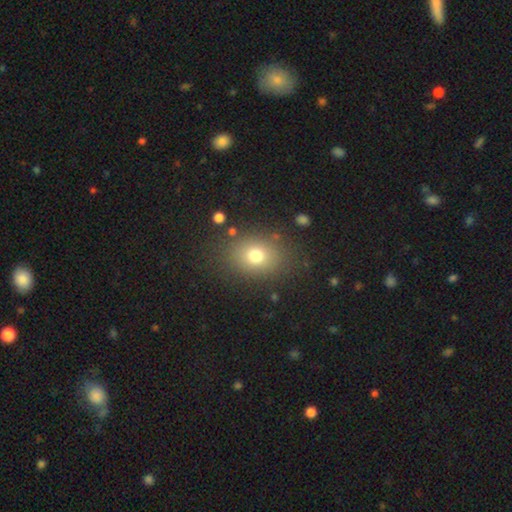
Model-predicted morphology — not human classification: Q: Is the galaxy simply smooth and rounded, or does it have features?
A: smooth — 75%.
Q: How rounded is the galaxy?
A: in between — 51%.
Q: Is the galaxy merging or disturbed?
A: none — 82%.